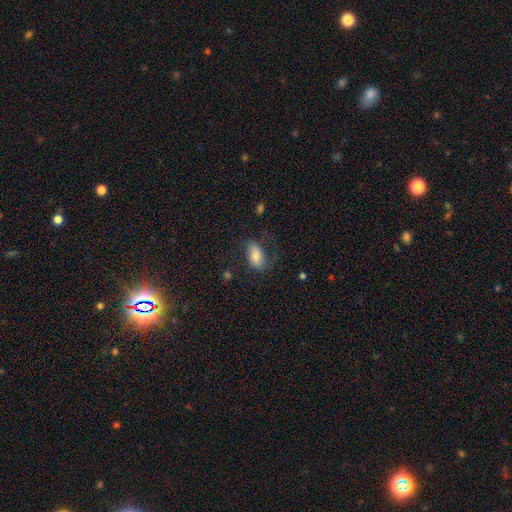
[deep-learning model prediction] smooth 71%, featured or disk 21%, star or artifact 8%. Down the decision tree: how rounded — in between (91%); merging — none (59%).